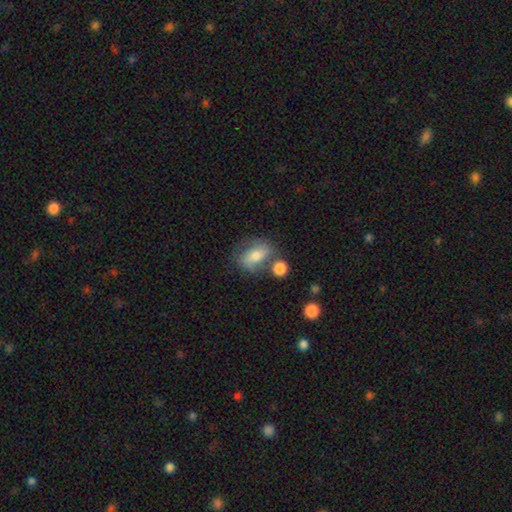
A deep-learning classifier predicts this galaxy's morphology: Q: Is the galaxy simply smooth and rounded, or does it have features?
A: smooth — 58%.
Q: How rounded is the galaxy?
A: in between — 73%.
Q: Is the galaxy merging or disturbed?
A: none — 52%.